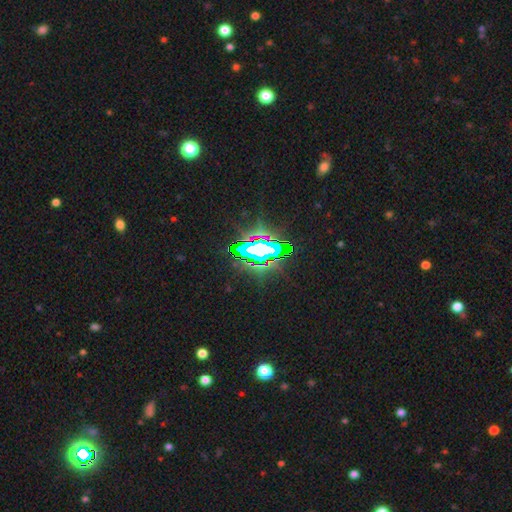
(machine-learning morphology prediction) Smooth or featured? Predicted: star or artifact (p=0.71).